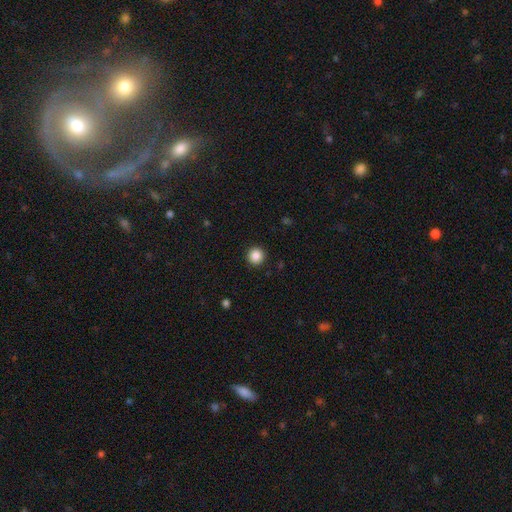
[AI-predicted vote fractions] smooth_or_featured: smooth (p=0.87) [alt: star or artifact p=0.10]
how_rounded: round (p=0.95) [alt: in between p=0.05]
merging: none (p=0.92) [alt: minor disturbance p=0.05]